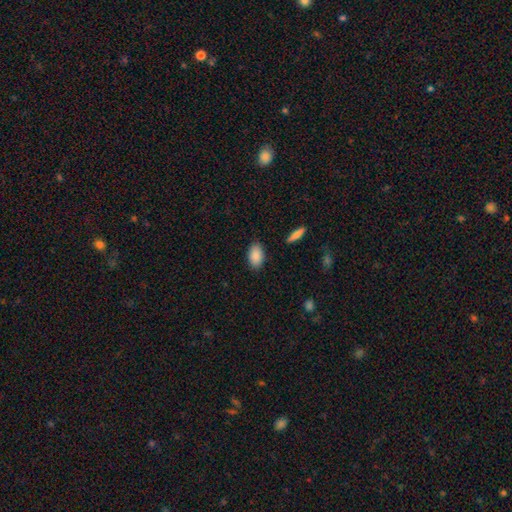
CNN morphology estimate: Q: Smooth or featured?
A: smooth (89%); runner-up: star or artifact (7%)
Q: How rounded?
A: in between (92%); runner-up: round (6%)
Q: Merging?
A: none (86%); runner-up: minor disturbance (10%)